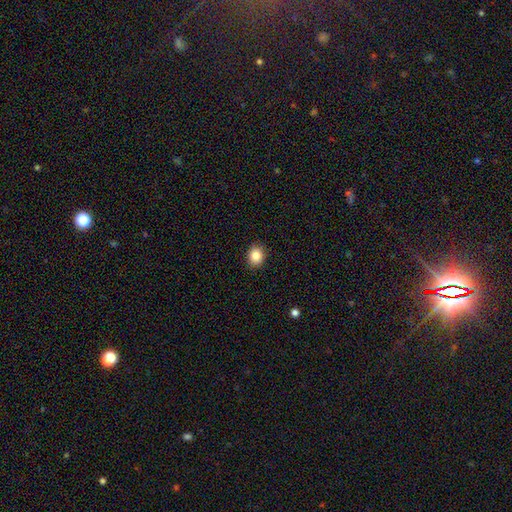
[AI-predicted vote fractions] Smooth or featured? Predicted: smooth (p=0.85). How rounded? Predicted: round (p=0.61). Merging? Predicted: none (p=0.89).